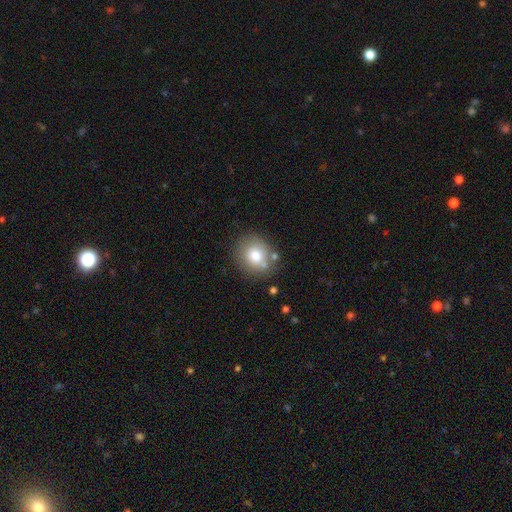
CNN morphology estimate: This is likely a smooth galaxy (77%). How rounded: likely round (77%). Merging: likely none (74%).